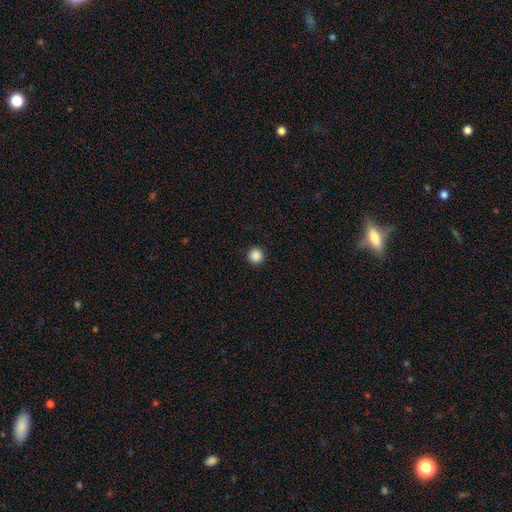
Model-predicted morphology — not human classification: This appears to be a smooth galaxy with no disk features (88%) that is round (97%). Merging: none (94%).